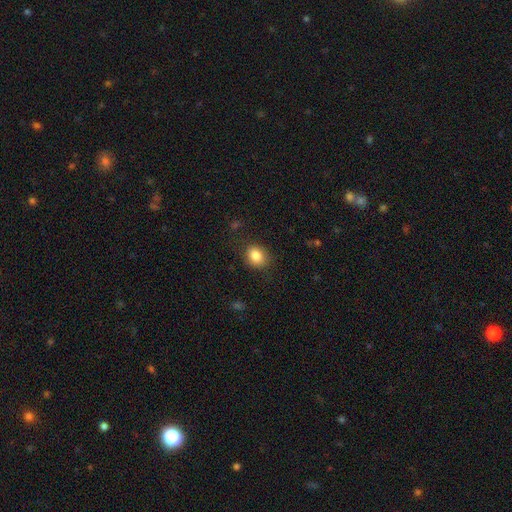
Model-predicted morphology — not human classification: Smooth or featured?
  - smooth: 85% *
  - star or artifact: 9%
  - featured or disk: 6%
How rounded?
  - round: 53% *
  - in between: 46%
  - cigar-shaped: 1%
Merging?
  - none: 83% *
  - minor disturbance: 12%
  - major disturbance: 4%
  - merger: 1%